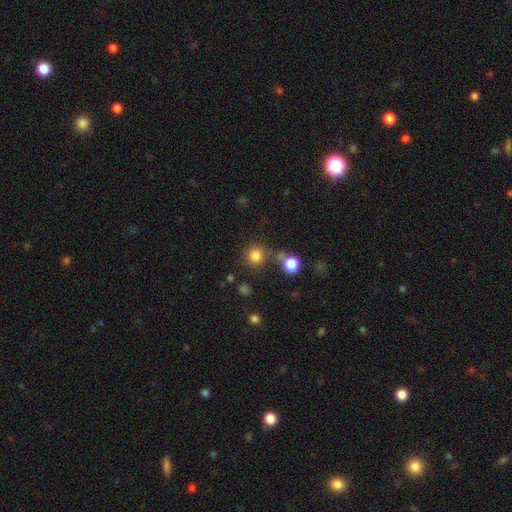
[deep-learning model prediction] Morphology: type=smooth (82%); roundness=round (92%); merging=none (72%).